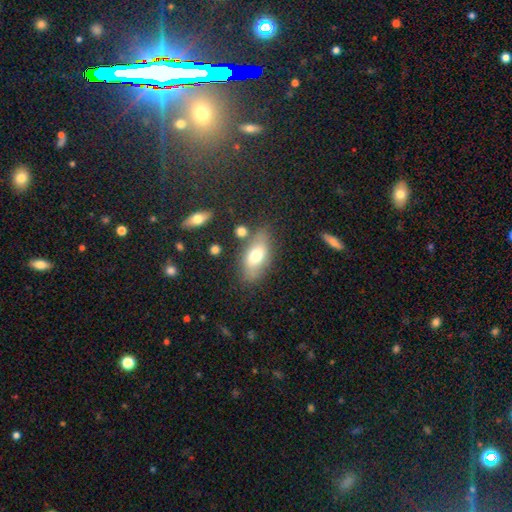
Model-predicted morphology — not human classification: Q: Smooth or featured?
A: smooth (66%); runner-up: featured or disk (25%)
Q: How rounded?
A: in between (87%); runner-up: cigar-shaped (8%)
Q: Merging?
A: none (70%); runner-up: minor disturbance (17%)